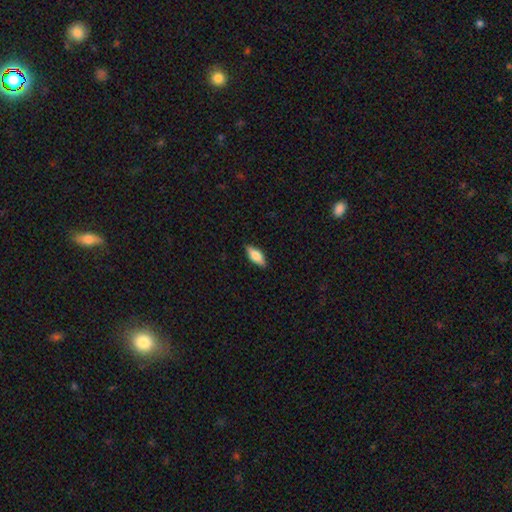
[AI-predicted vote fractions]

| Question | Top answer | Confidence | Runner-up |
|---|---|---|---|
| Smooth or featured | smooth | 75% | featured or disk (19%) |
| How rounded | in between | 73% | cigar-shaped (24%) |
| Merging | none | 87% | minor disturbance (10%) |